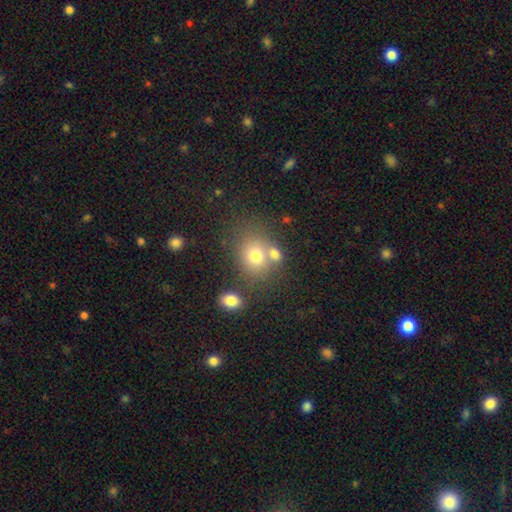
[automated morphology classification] Smooth or featured?
  - smooth: 72% *
  - star or artifact: 14%
  - featured or disk: 14%
How rounded?
  - round: 61% *
  - in between: 38%
  - cigar-shaped: 1%
Merging?
  - none: 55% *
  - merger: 29%
  - minor disturbance: 11%
  - major disturbance: 5%